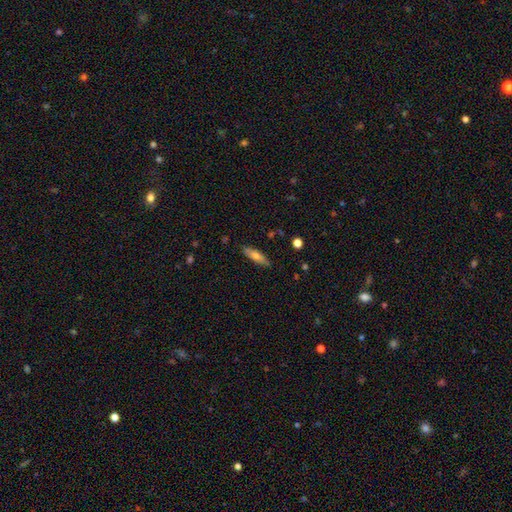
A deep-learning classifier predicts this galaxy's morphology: Smooth or featured? smooth (65%)
How rounded? cigar-shaped (59%)
Merging? none (85%)